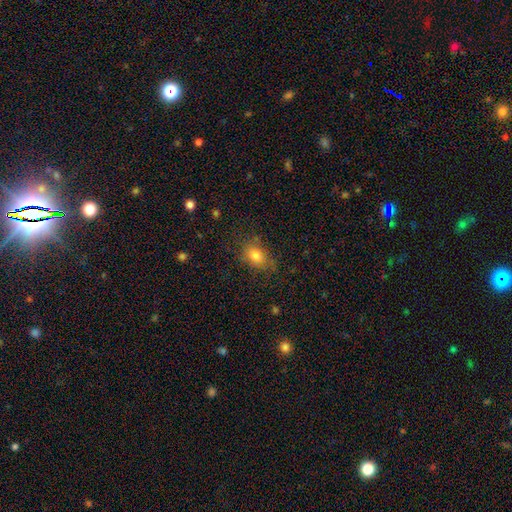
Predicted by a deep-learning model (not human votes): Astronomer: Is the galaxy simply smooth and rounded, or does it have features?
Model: smooth — 80%.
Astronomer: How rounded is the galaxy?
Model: in between — 74%.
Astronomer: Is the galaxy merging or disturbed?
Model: none — 69%.